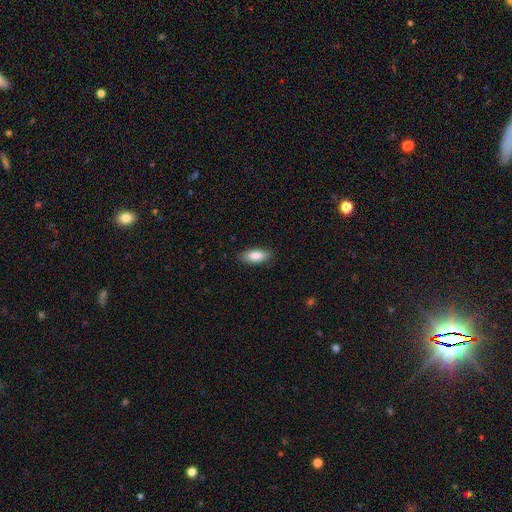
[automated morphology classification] smooth-or-featured: smooth: 87% | featured or disk: 7% | star or artifact: 6%
  how-rounded: in between: 83% | cigar-shaped: 15% | round: 2%
  merging: none: 86% | minor disturbance: 11% | major disturbance: 2% | merger: 1%